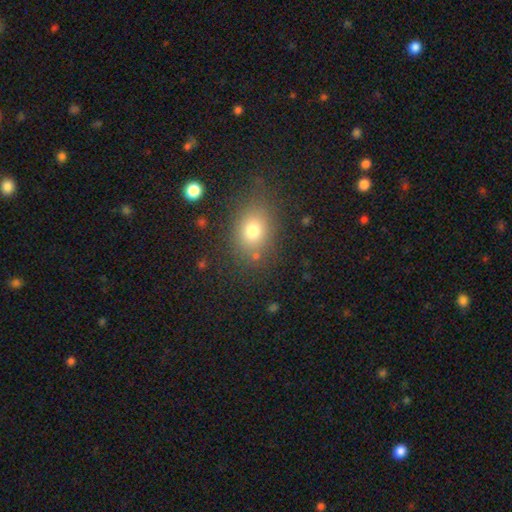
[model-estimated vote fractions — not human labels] This is likely a smooth galaxy (70%). How rounded: possibly in between (55%). Merging: clearly none (84%).